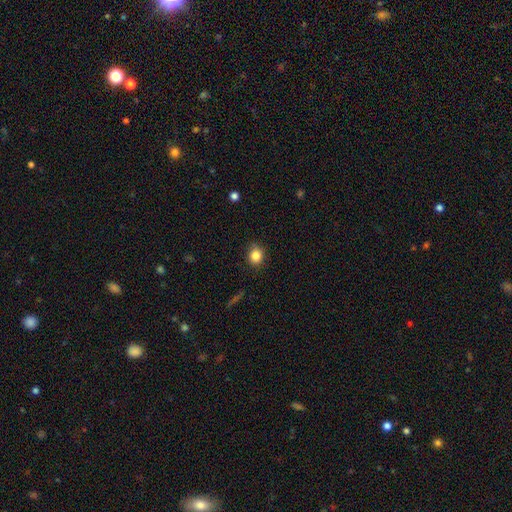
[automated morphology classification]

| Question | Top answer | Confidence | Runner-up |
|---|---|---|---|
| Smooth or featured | smooth | 84% | star or artifact (11%) |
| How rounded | round | 71% | in between (28%) |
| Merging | none | 84% | minor disturbance (12%) |